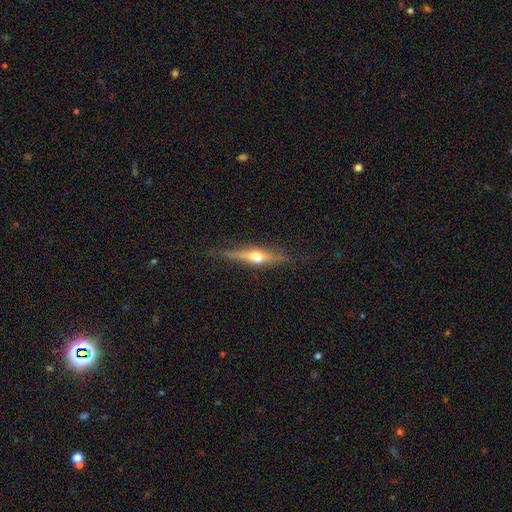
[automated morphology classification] smooth-or-featured: featured or disk: 66% | smooth: 27% | star or artifact: 7%
  disk-edge-on: yes: 96% | no: 4%
    edge-on-bulge: rounded: 93% | boxy: 4% | none: 3%
  merging: none: 82% | minor disturbance: 13% | major disturbance: 3% | merger: 1%